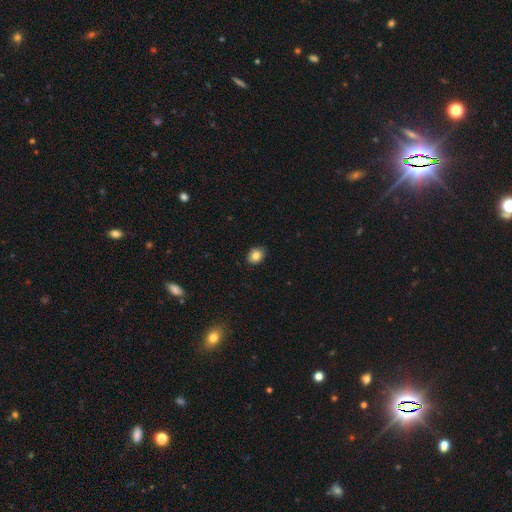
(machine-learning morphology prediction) Overall: smooth (85%). How rounded: in between (52%; round 47%). Merging: none (88%).